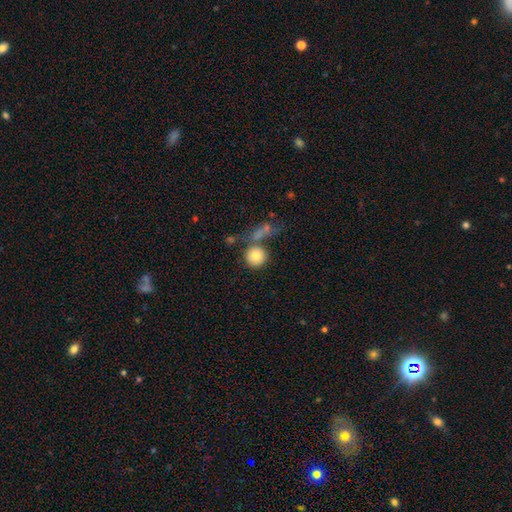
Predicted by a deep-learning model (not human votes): Smooth or featured?
  - smooth: 81% *
  - featured or disk: 10%
  - star or artifact: 9%
How rounded?
  - round: 93% *
  - in between: 6%
  - cigar-shaped: 1%
Merging?
  - none: 64% *
  - merger: 19%
  - minor disturbance: 11%
  - major disturbance: 6%